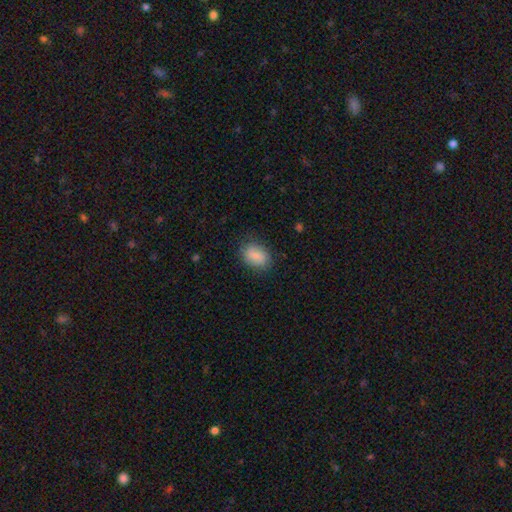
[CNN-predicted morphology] smooth-or-featured: smooth: 78% | featured or disk: 15% | star or artifact: 7%
  how-rounded: in between: 73% | round: 26% | cigar-shaped: 1%
  merging: none: 78% | minor disturbance: 16% | major disturbance: 5% | merger: 1%